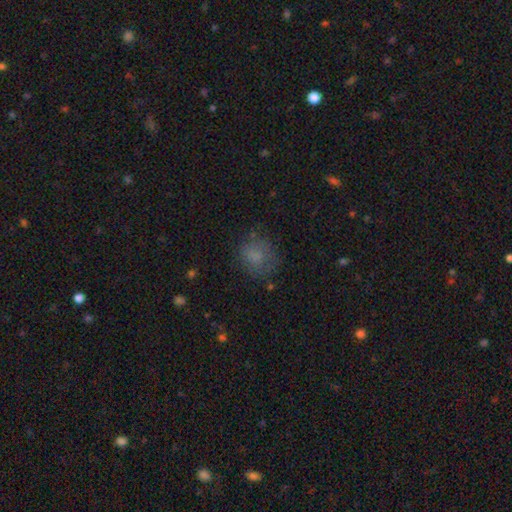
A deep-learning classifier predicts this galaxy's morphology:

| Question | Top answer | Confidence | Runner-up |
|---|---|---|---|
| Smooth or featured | smooth | 72% | star or artifact (14%) |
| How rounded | round | 72% | in between (27%) |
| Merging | none | 65% | minor disturbance (21%) |